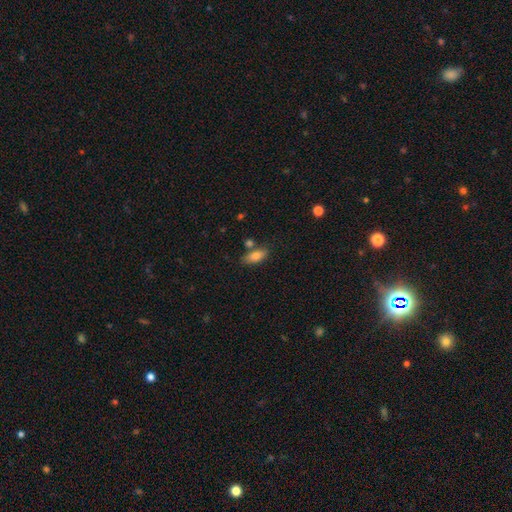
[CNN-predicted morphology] smooth_or_featured: smooth (p=0.82) [alt: featured or disk p=0.11]
how_rounded: in between (p=0.82) [alt: cigar-shaped p=0.15]
merging: none (p=0.70) [alt: minor disturbance p=0.15]